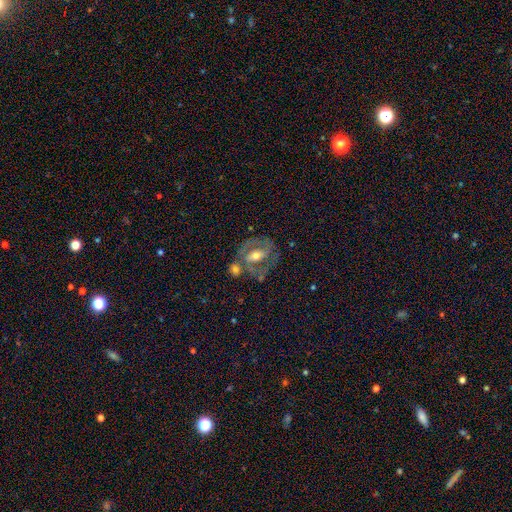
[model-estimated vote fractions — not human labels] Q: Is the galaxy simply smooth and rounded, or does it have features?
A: featured or disk — 71%.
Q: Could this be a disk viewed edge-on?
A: no — 94%.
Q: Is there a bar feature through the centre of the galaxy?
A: weak — 36%.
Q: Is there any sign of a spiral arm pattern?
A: yes — 63%.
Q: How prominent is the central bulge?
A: moderate — 65%.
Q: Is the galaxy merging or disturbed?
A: none — 53%.